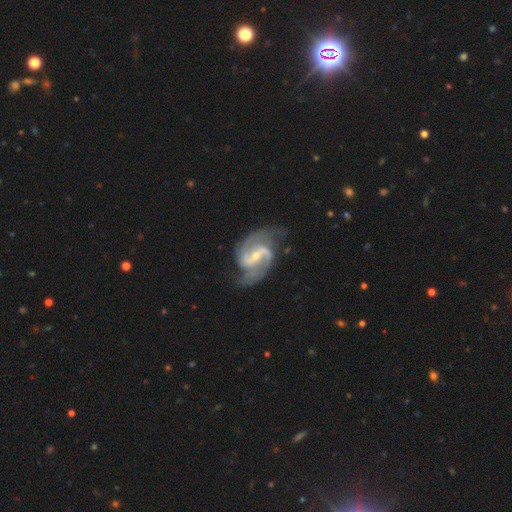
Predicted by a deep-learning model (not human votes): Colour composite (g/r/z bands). It shows a featured or disk galaxy (92%) with a weak bar (47%), 2 (88%) medium (54%) spiral arms (98%) and a small central bulge (62%). Merging: none (69%).